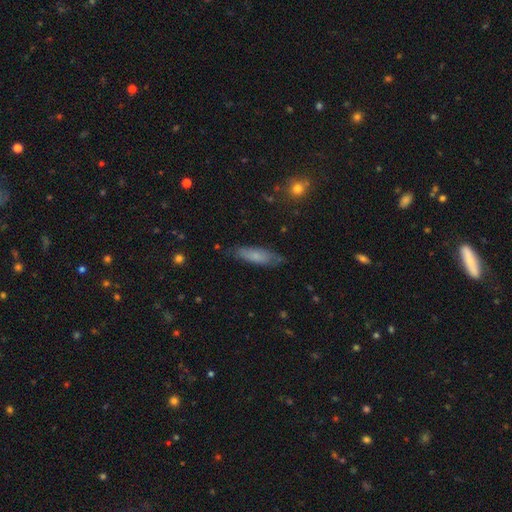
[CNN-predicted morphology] smooth_or_featured: smooth (p=0.67) [alt: featured or disk p=0.25]
how_rounded: cigar-shaped (p=0.61) [alt: in between p=0.37]
merging: none (p=0.75) [alt: minor disturbance p=0.20]